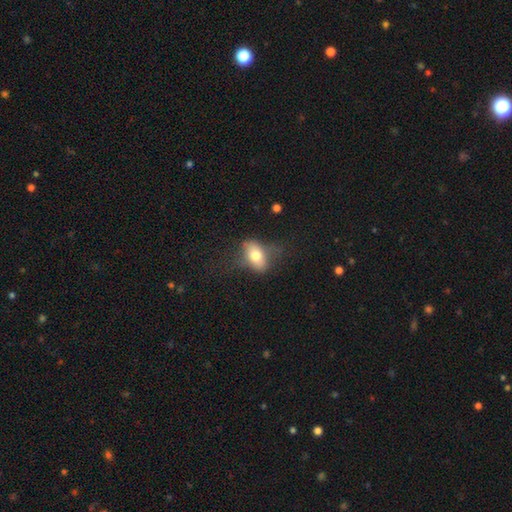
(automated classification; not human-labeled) smooth 69%, featured or disk 23%, star or artifact 8%. Down the decision tree: how rounded — in between (84%); merging — none (52%).